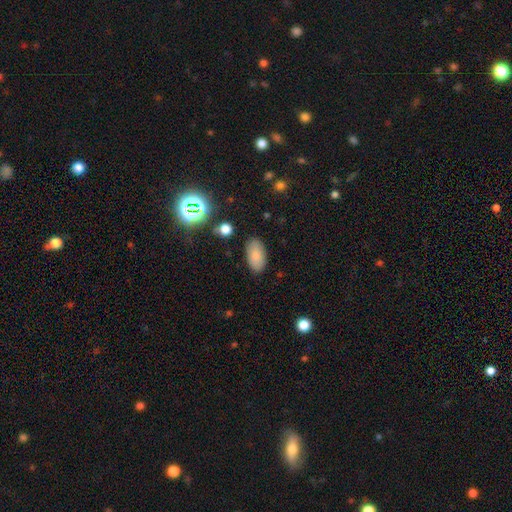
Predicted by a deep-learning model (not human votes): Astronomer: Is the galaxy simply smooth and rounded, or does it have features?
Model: smooth — 83%.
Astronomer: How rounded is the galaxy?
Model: in between — 94%.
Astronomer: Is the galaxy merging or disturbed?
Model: none — 86%.